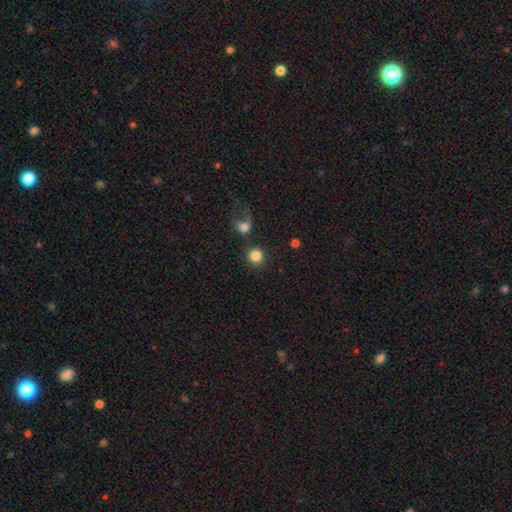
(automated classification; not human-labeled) This appears to be a smooth galaxy with no disk features (85%) that is round (92%). Merging: none (79%).